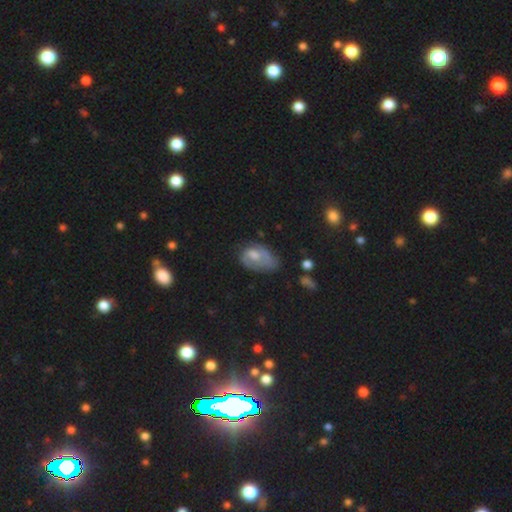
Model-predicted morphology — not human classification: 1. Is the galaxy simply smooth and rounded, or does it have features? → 51% smooth, 39% featured or disk, 9% star or artifact.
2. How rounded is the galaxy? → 85% in between, 13% round, 2% cigar-shaped.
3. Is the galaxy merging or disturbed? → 34% minor disturbance (tied), 34% none (tied), 28% major disturbance, 4% merger.